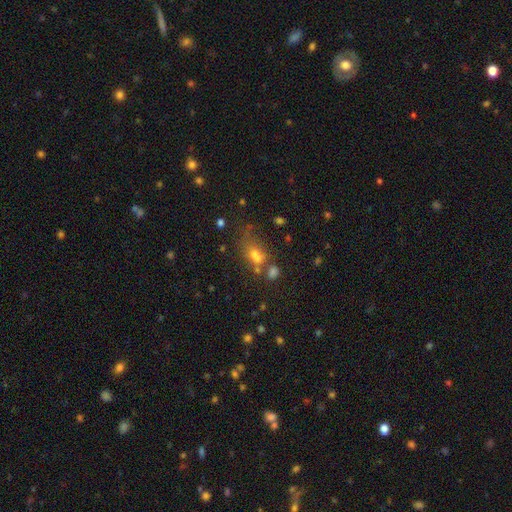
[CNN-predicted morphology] Smooth or featured? Predicted: smooth (p=0.60). How rounded? Predicted: in between (p=0.71). Merging? Predicted: none (p=0.37).